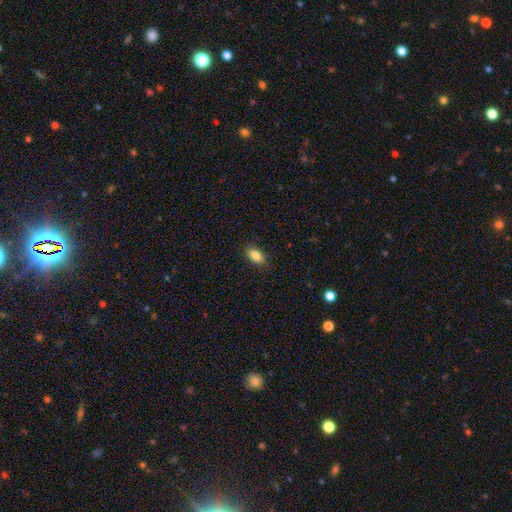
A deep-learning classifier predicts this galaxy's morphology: A smooth galaxy with no disk features (85%) that is in between round and cigar-shaped (90%). Merging: none (89%).